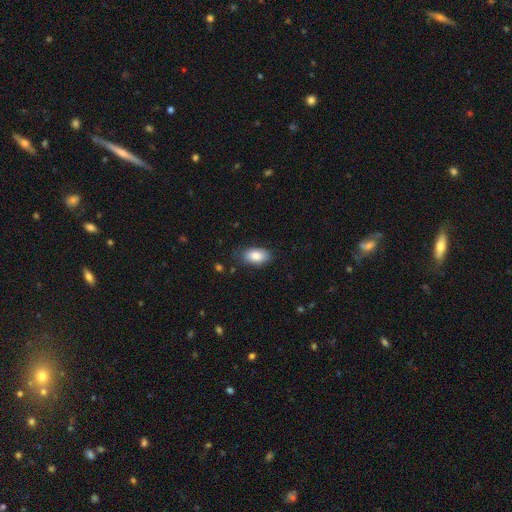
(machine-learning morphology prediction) type=smooth (85%); roundness=in between (93%); merging=none (78%).